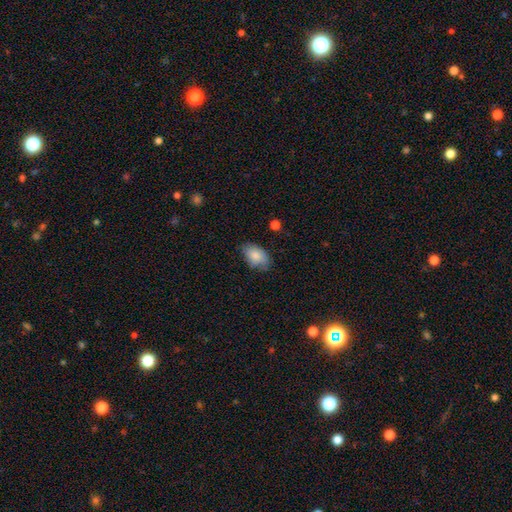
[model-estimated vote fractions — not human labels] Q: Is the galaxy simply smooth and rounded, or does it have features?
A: smooth — 85%.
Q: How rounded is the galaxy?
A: in between — 91%.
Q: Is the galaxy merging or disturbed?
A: none — 72%.